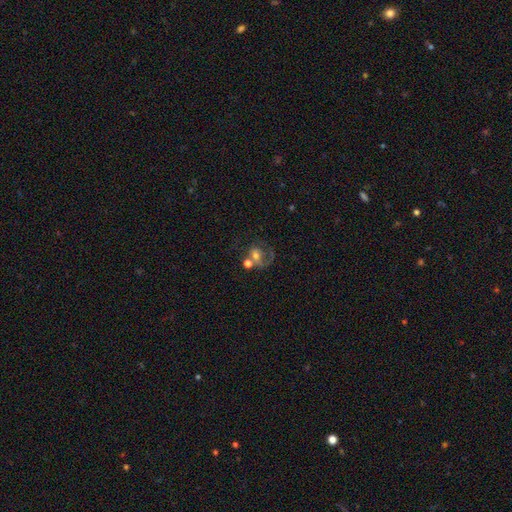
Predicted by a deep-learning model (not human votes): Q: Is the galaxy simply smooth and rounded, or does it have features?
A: featured or disk — 51%.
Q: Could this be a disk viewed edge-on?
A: no — 97%.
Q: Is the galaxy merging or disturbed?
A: none — 31%.